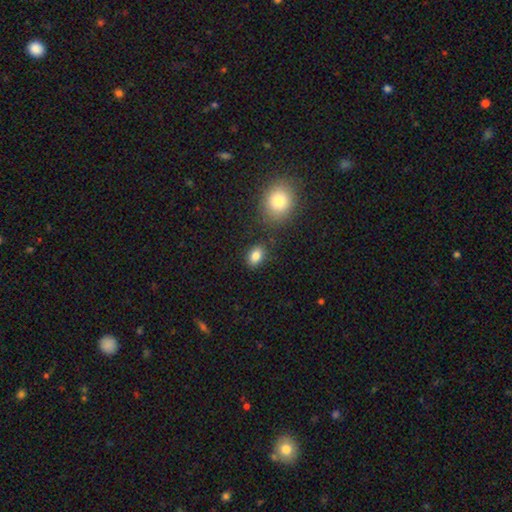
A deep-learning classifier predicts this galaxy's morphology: Q: Smooth or featured?
A: smooth (83%); runner-up: star or artifact (9%)
Q: How rounded?
A: in between (83%); runner-up: round (16%)
Q: Merging?
A: none (83%); runner-up: minor disturbance (10%)